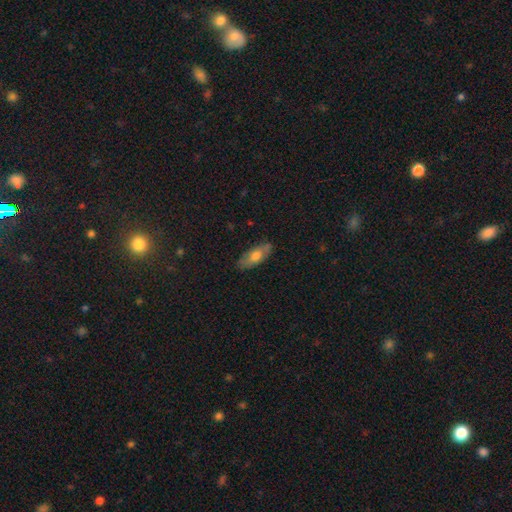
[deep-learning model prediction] Q: Smooth or featured?
A: smooth (63%); runner-up: featured or disk (31%)
Q: How rounded?
A: in between (70%); runner-up: cigar-shaped (27%)
Q: Merging?
A: none (80%); runner-up: minor disturbance (16%)